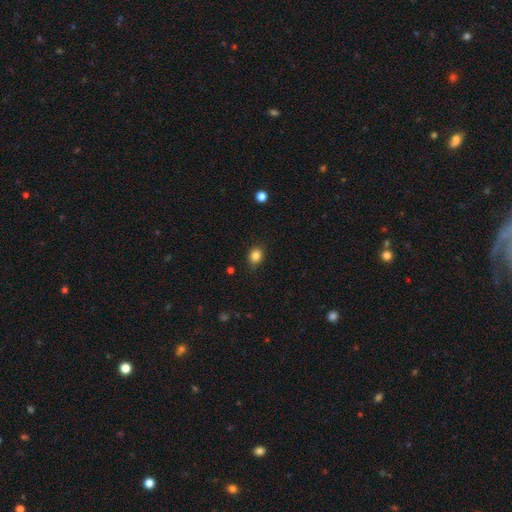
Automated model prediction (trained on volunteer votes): A smooth galaxy with no disk features (84%) that is round (56%).

Vote fractions:
- Smooth or featured? smooth: 84% / star or artifact: 11% / featured or disk: 5%
- How rounded? round: 56% / in between: 43% / cigar-shaped: 1%
- Merging? none: 86% / minor disturbance: 11% / major disturbance: 2% / merger: 1%